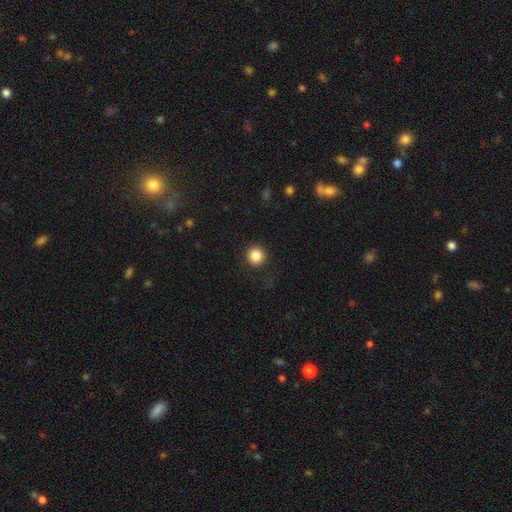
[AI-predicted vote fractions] Overall: smooth (86%). How rounded: round (95%). Merging: none (89%).